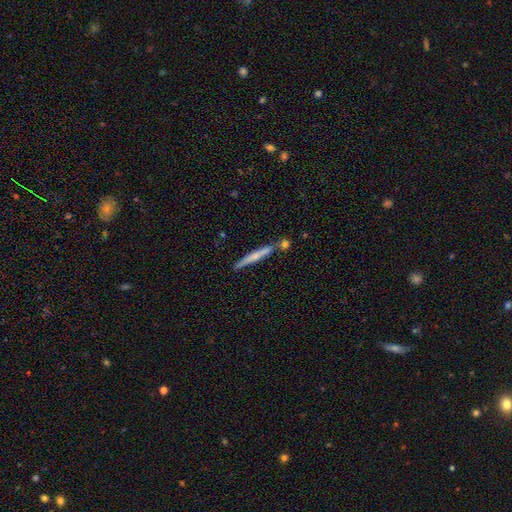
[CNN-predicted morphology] Q: Smooth or featured?
A: smooth (52%); runner-up: featured or disk (42%)
Q: How rounded?
A: cigar-shaped (96%); runner-up: in between (3%)
Q: Merging?
A: none (77%); runner-up: minor disturbance (11%)